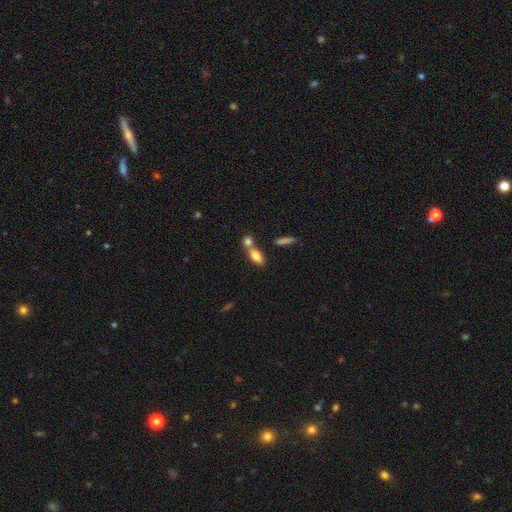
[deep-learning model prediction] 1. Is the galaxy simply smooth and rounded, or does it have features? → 79% smooth, 12% featured or disk, 9% star or artifact.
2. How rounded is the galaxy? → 78% in between, 15% cigar-shaped, 7% round.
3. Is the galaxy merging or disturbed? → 44% merger, 43% none, 9% minor disturbance, 4% major disturbance.